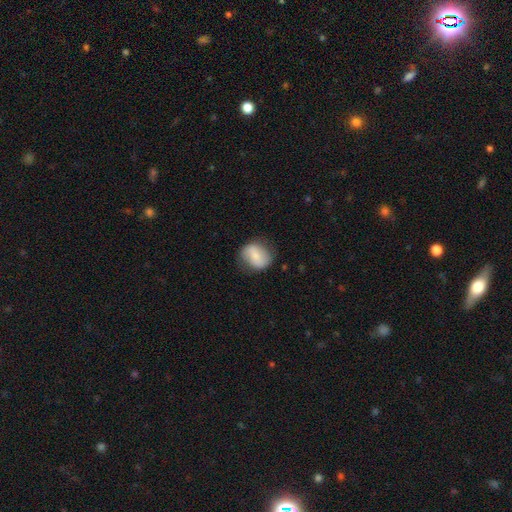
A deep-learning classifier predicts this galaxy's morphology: Smooth or featured: smooth — 60% (featured or disk — 33%)
How rounded: round — 53% (in between — 45%)
Merging: none — 73% (minor disturbance — 19%)